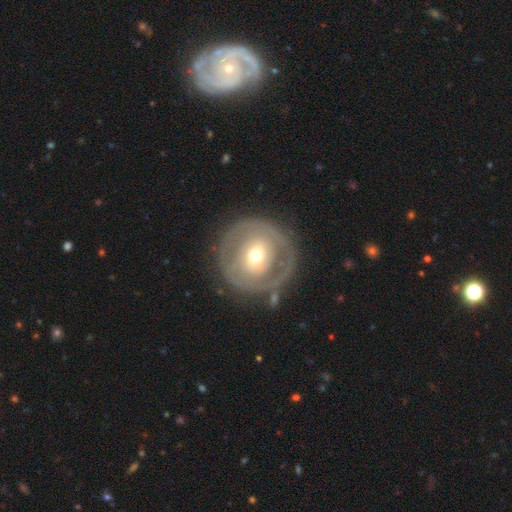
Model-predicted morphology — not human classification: featured or disk 60%, smooth 34%, star or artifact 6%. Down the decision tree: edge-on disk — no (95%); bar — no (60%); spiral arms — no (70%); bulge size — moderate (60%); merging — none (76%).